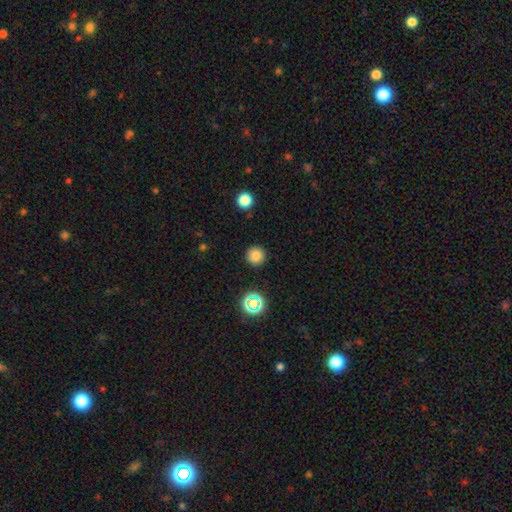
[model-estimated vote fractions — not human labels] Smooth or featured?
  - smooth: 81% *
  - star or artifact: 14%
  - featured or disk: 5%
How rounded?
  - round: 96% *
  - in between: 3%
  - cigar-shaped: 1%
Merging?
  - none: 91% *
  - minor disturbance: 5%
  - major disturbance: 2%
  - merger: 1%